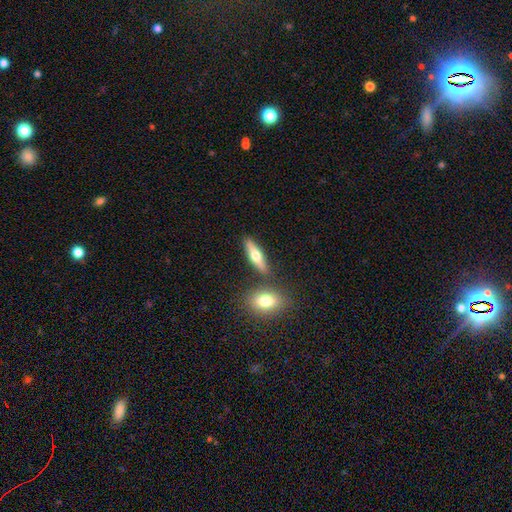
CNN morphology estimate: A smooth galaxy with no disk features (50%) that is cigar-shaped (60%). Merging: none (79%).